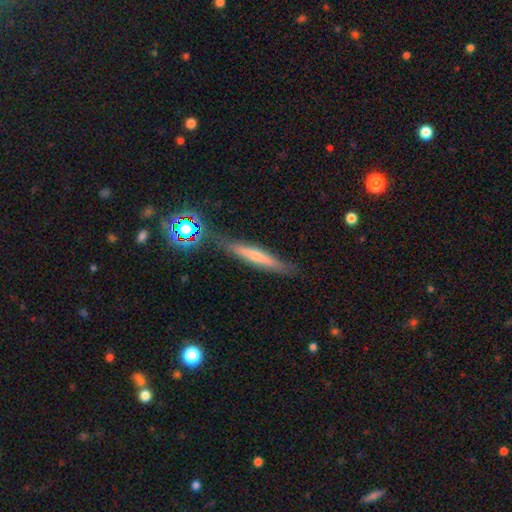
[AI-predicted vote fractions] Smooth or featured? Predicted: featured or disk (p=0.45). Merging? Predicted: none (p=0.80).